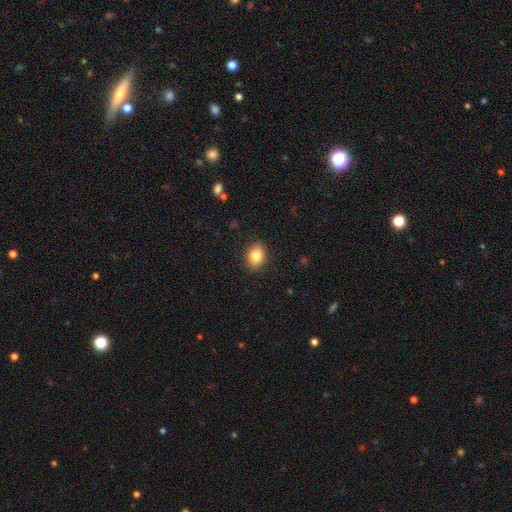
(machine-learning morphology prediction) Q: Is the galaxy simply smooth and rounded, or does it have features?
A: smooth — 83%.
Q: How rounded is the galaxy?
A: in between — 60%.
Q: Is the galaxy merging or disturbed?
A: none — 89%.